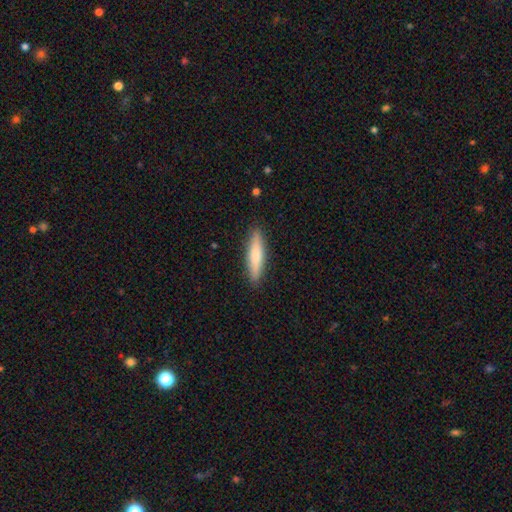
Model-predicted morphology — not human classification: Smooth or featured: smooth — 73% (featured or disk — 22%)
How rounded: cigar-shaped — 84% (in between — 15%)
Merging: none — 90% (minor disturbance — 8%)